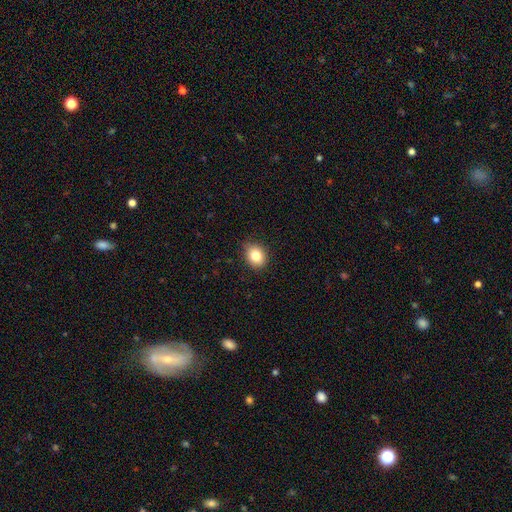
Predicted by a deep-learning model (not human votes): This is clearly a smooth galaxy (82%). How rounded: possibly round (58%). Merging: clearly none (84%).